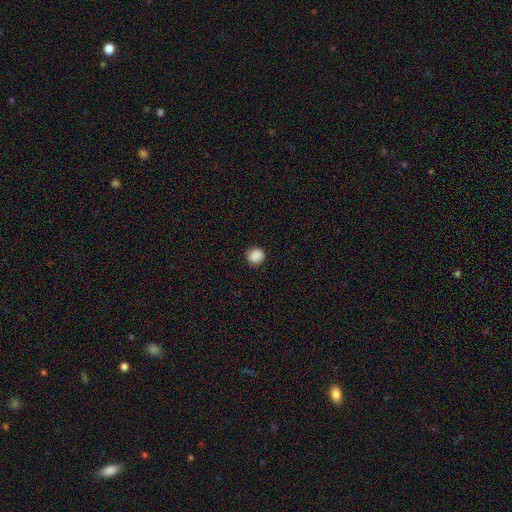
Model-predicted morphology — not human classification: Smooth or featured? Predicted: smooth (p=0.88). How rounded? Predicted: round (p=0.91). Merging? Predicted: none (p=0.90).